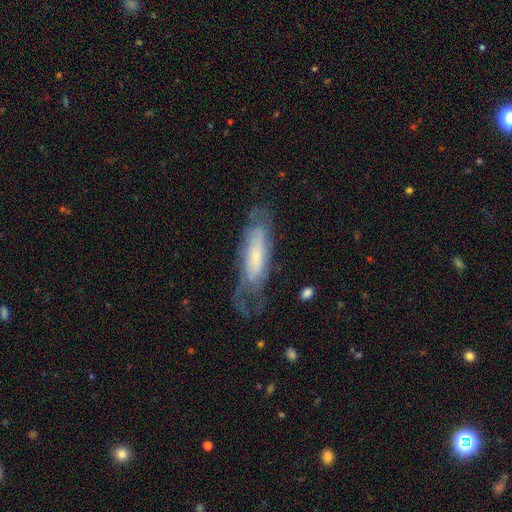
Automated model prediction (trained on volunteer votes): This is possibly a featured or disk galaxy (54%). It is likely not viewed edge-on (73%). Merging: possibly none (50%).